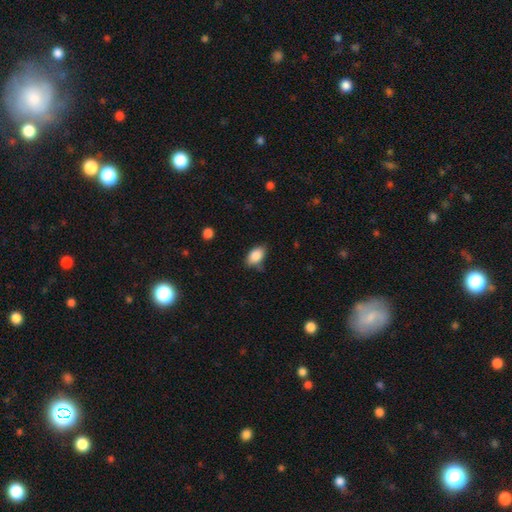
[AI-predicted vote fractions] Morphology: type=smooth (87%); roundness=in between (91%); merging=none (73%).